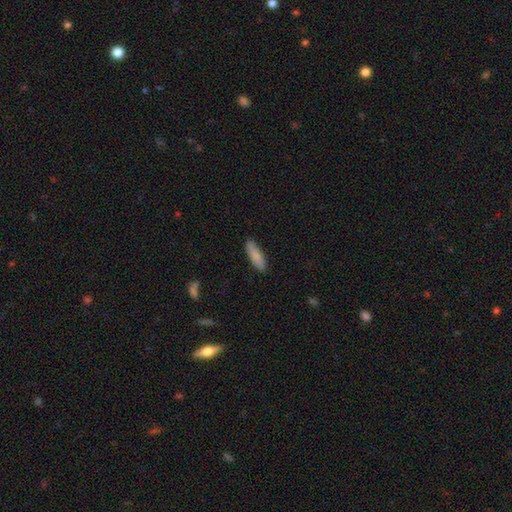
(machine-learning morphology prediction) type=smooth (86%); roundness=cigar-shaped (58%); merging=none (85%).